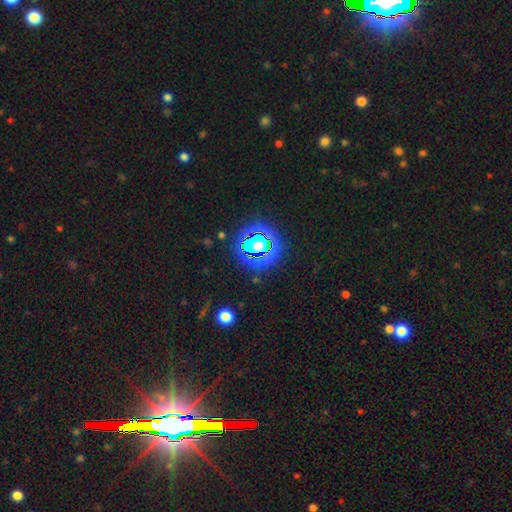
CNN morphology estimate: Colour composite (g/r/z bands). It shows a star or artifact, not a galaxy (82%).